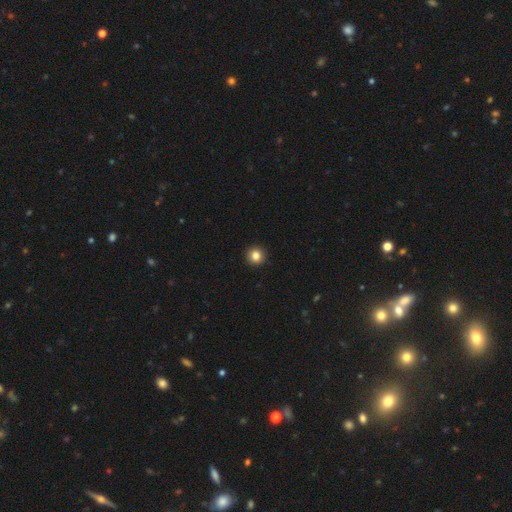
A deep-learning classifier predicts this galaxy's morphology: A smooth galaxy with no disk features (84%) that is round (94%). Merging: none (94%).